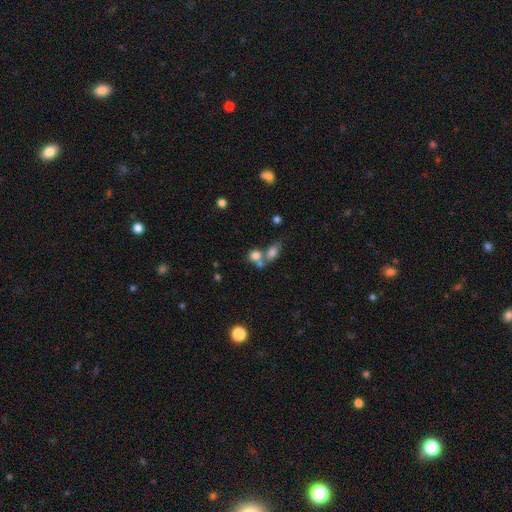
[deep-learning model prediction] A smooth galaxy with no disk features (77%) that is round (63%). Merging: merger (49%).